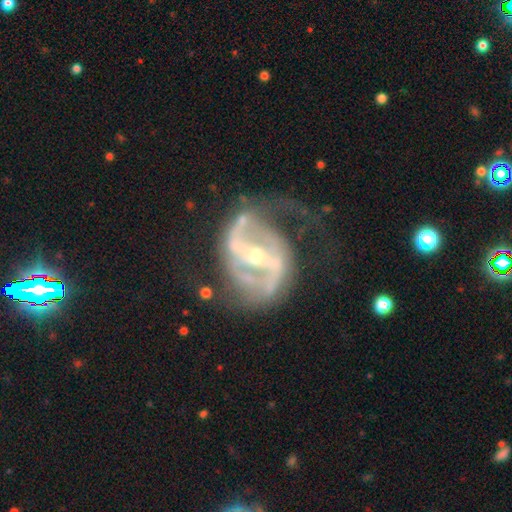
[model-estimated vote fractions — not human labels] smooth_or_featured: featured or disk (p=0.90) [alt: star or artifact p=0.06]
disk_edge_on: no (p=0.96) [alt: yes p=0.04]
bar: strong (p=0.68) [alt: weak p=0.23]
has_spiral_arms: yes (p=0.94) [alt: no p=0.06]
spiral_winding: medium (p=0.48) [alt: loose p=0.31]
spiral_arm_count: 2 (p=0.81) [alt: can't tell p=0.08]
bulge_size: small (p=0.53) [alt: moderate p=0.44]
merging: none (p=0.47) [alt: major disturbance p=0.28]